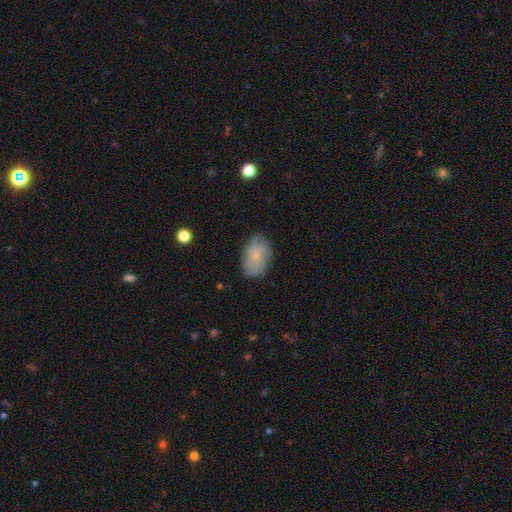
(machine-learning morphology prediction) Smooth or featured?
  - smooth: 69% *
  - featured or disk: 24%
  - star or artifact: 8%
How rounded?
  - in between: 89% *
  - round: 10%
  - cigar-shaped: 1%
Merging?
  - none: 78% *
  - minor disturbance: 17%
  - major disturbance: 4%
  - merger: 1%